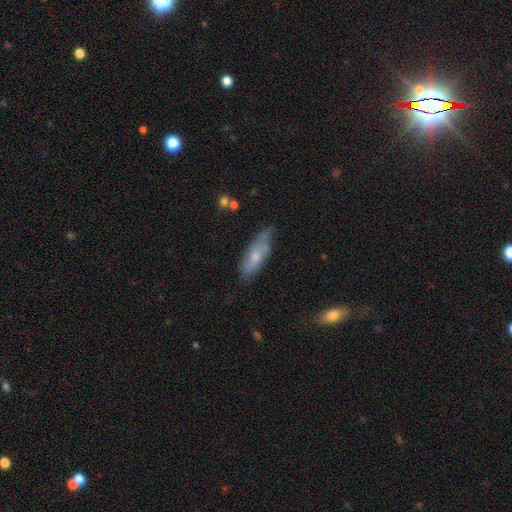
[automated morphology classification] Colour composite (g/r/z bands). It shows a smooth galaxy with no disk features (55%) that is in between round and cigar-shaped (63%). Merging: none (56%).